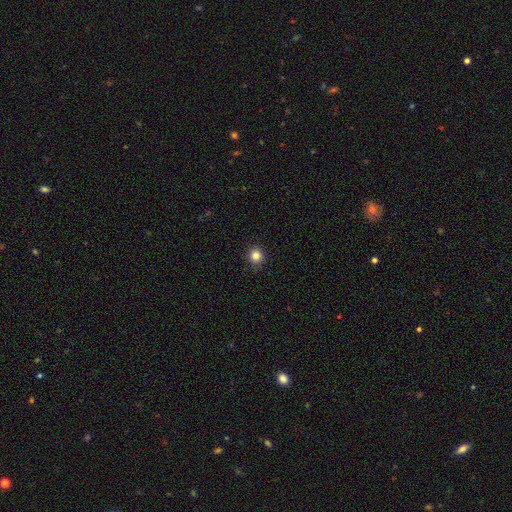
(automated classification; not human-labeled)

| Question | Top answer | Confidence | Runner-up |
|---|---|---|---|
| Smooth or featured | smooth | 84% | star or artifact (12%) |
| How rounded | round | 92% | in between (7%) |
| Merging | none | 91% | minor disturbance (7%) |